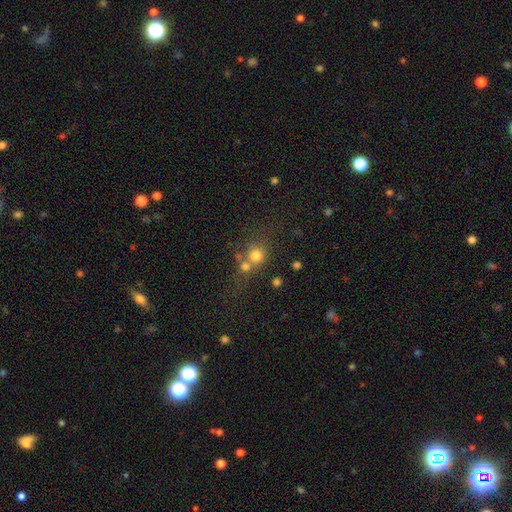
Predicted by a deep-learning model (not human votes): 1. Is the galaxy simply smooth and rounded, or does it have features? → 72% smooth, 15% star or artifact, 13% featured or disk.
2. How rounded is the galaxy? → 85% round, 14% in between, 1% cigar-shaped.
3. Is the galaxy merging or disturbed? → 44% merger, 42% none, 8% minor disturbance, 6% major disturbance.